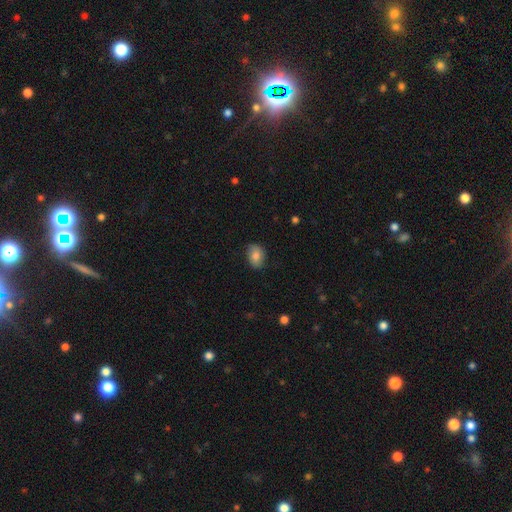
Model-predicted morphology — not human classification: type=smooth (78%); roundness=in between (74%); merging=none (82%).